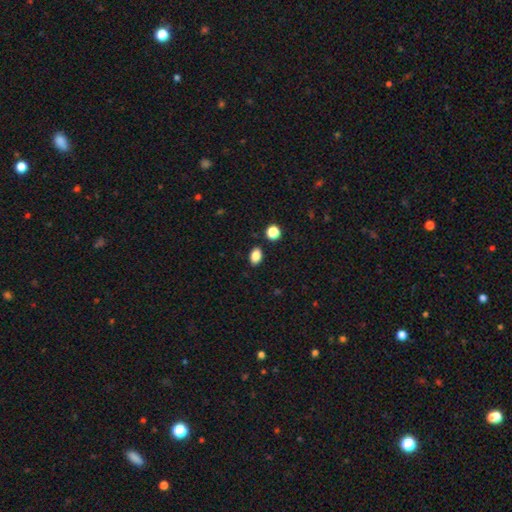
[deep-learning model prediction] Smooth or featured? Predicted: smooth (p=0.86). How rounded? Predicted: in between (p=0.84). Merging? Predicted: none (p=0.86).